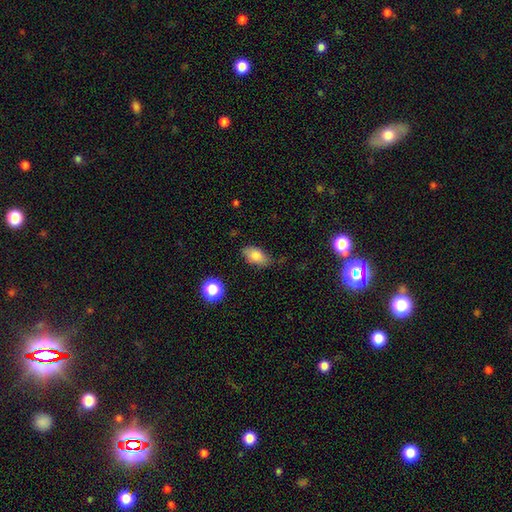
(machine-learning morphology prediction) Smooth or featured? smooth (82%)
How rounded? in between (89%)
Merging? none (73%)